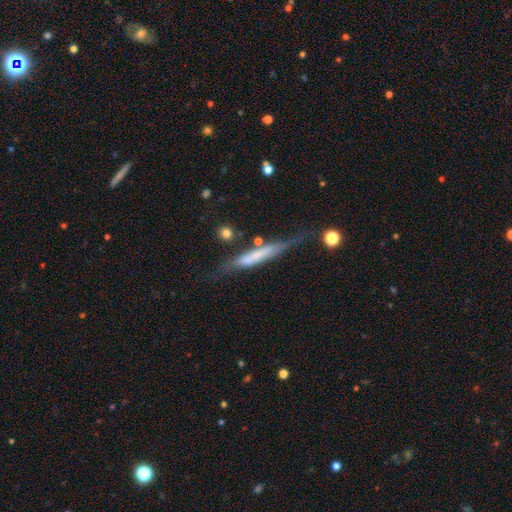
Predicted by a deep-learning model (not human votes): A featured or disk galaxy (53%) viewed edge-on (85%). Merging: none (55%).